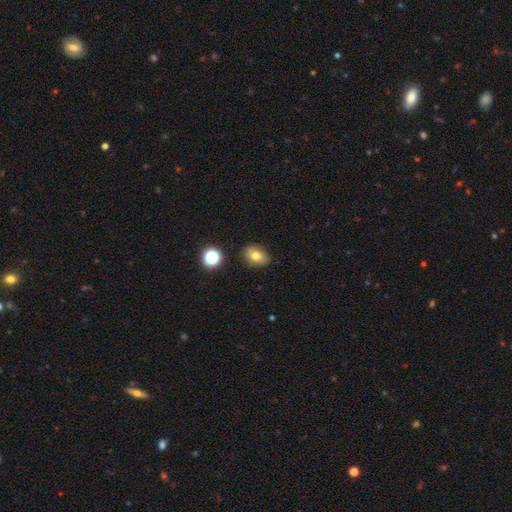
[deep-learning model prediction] Smooth or featured? Predicted: smooth (p=0.76). How rounded? Predicted: in between (p=0.71). Merging? Predicted: none (p=0.86).